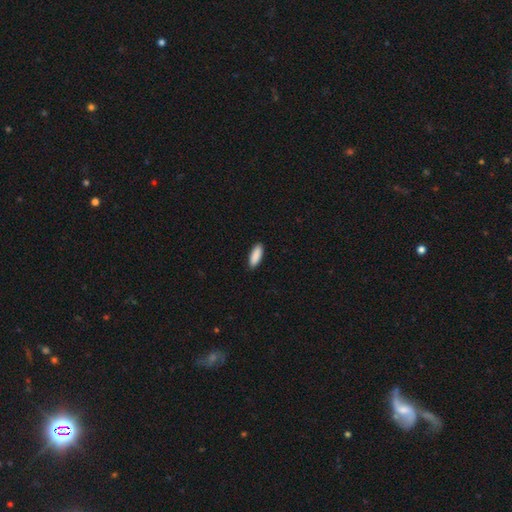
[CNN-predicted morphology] smooth-or-featured: smooth: 91% | star or artifact: 5% | featured or disk: 3%
  how-rounded: in between: 67% | cigar-shaped: 31% | round: 2%
  merging: none: 91% | minor disturbance: 7% | major disturbance: 1% | merger: 1%